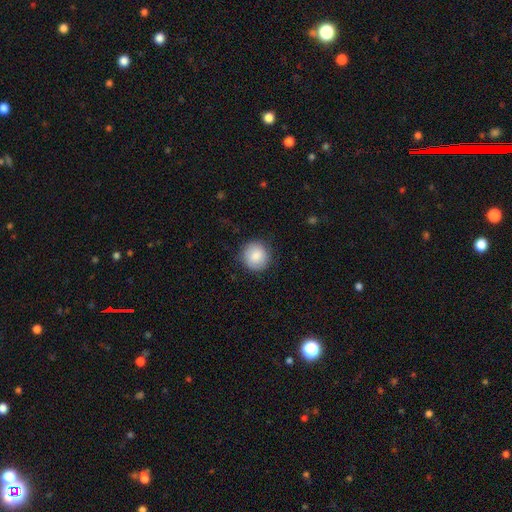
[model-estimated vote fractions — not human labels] A smooth galaxy with no disk features (84%) that is round (93%).

Vote fractions:
- Smooth or featured? smooth: 84% / featured or disk: 9% / star or artifact: 7%
- How rounded? round: 93% / in between: 6% / cigar-shaped: 1%
- Merging? none: 85% / minor disturbance: 11% / major disturbance: 3% / merger: 1%